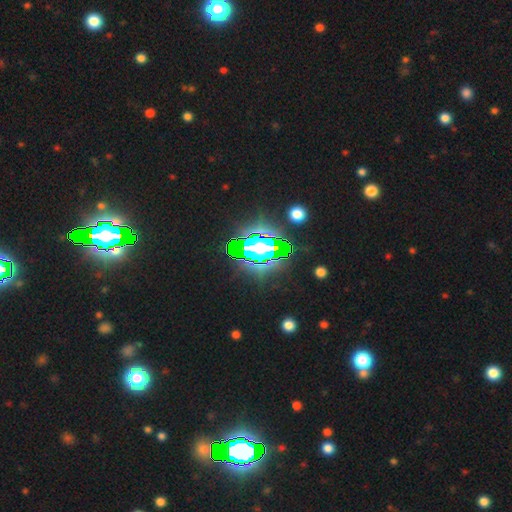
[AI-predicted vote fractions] Smooth or featured: star or artifact — 65% (featured or disk — 18%)